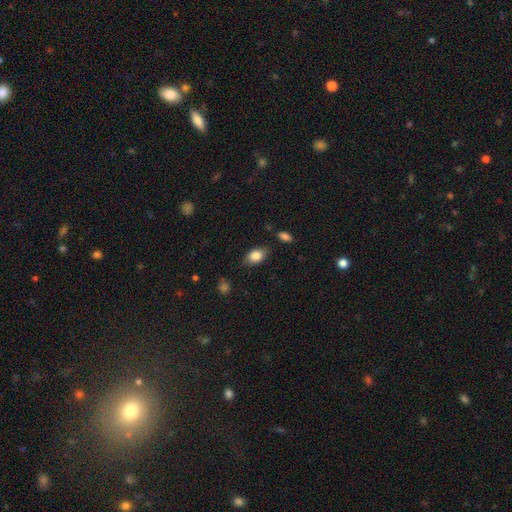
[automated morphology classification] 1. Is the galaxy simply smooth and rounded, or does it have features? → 82% smooth, 10% featured or disk, 7% star or artifact.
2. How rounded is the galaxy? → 87% in between, 11% round, 2% cigar-shaped.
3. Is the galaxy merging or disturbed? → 78% none, 17% minor disturbance, 3% major disturbance, 2% merger.